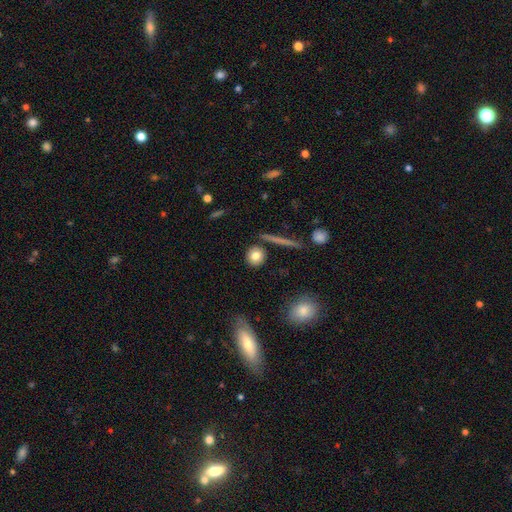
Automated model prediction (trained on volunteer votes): Smooth or featured: smooth — 81% (featured or disk — 11%)
How rounded: round — 86% (in between — 11%)
Merging: none — 85% (minor disturbance — 8%)